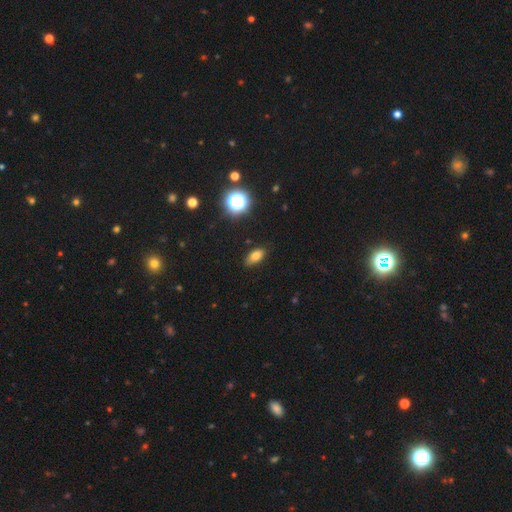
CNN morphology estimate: A smooth galaxy with no disk features (76%) that is in between round and cigar-shaped (85%). Merging: none (86%).